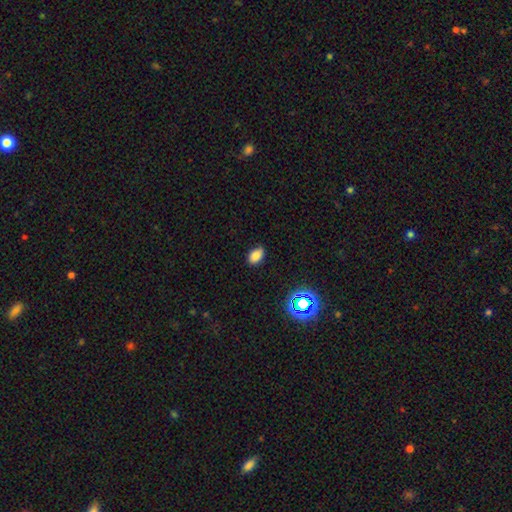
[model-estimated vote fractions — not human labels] This appears to be a smooth galaxy with no disk features (81%) that is in between round and cigar-shaped (88%). Merging: none (84%).